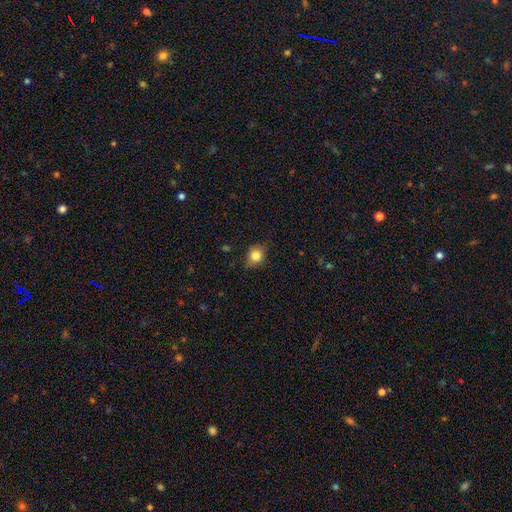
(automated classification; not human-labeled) A smooth galaxy with no disk features (81%) that is round (66%). Merging: none (76%).